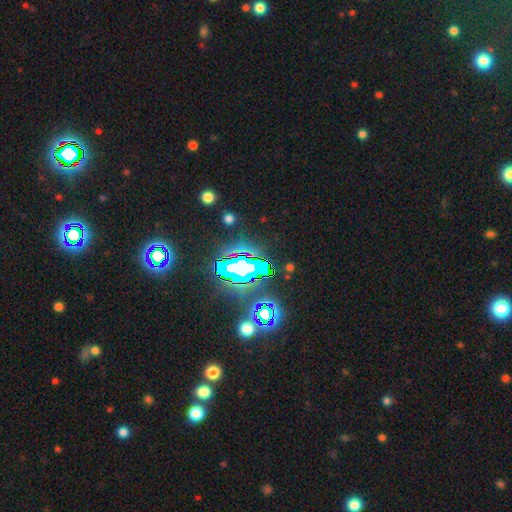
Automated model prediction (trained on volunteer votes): smooth-or-featured: star or artifact: 77% | featured or disk: 11% | smooth: 11%